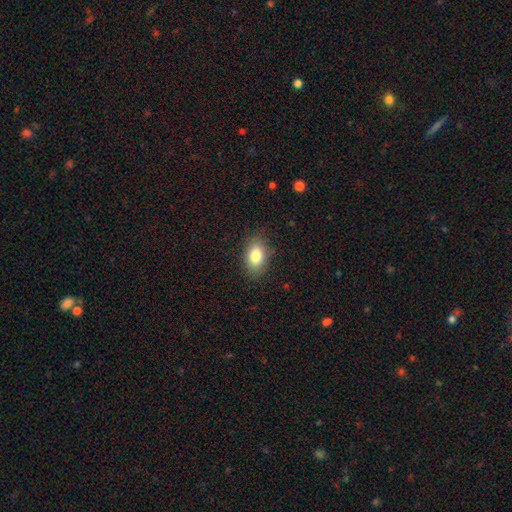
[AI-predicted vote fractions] A smooth galaxy with no disk features (83%) that is in between round and cigar-shaped (88%). Merging: none (84%).